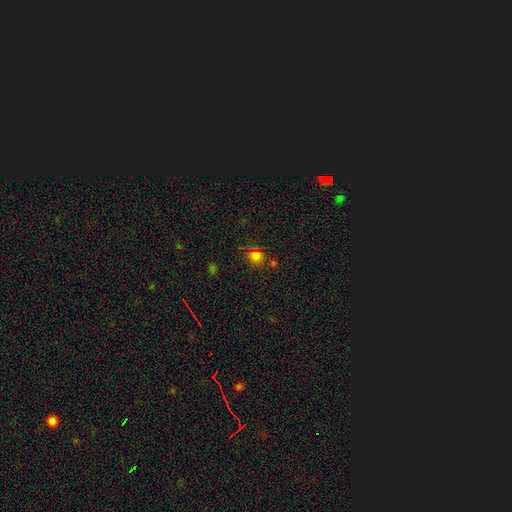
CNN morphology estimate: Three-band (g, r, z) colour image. It shows a smooth galaxy with no disk features (65%) that is round (81%). Merging: none (74%).